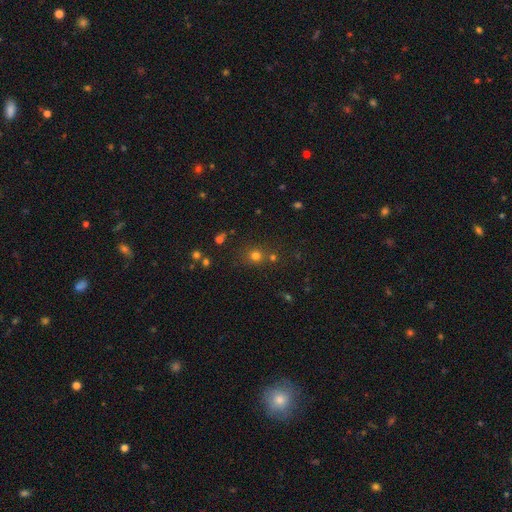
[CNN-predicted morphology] This appears to be a smooth galaxy with no disk features (71%) that is round (86%). Merging: none (73%).